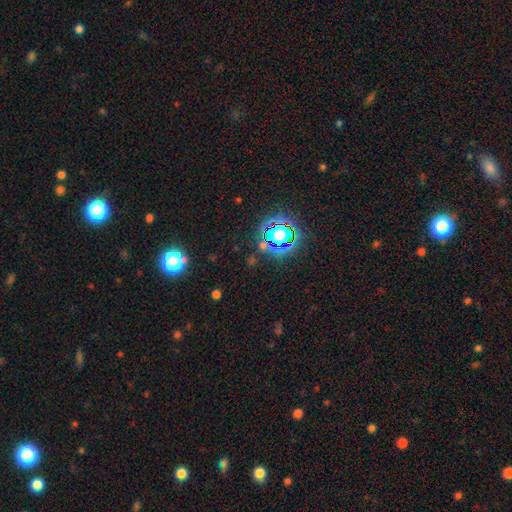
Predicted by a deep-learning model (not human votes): smooth_or_featured: star or artifact (p=0.77) [alt: smooth p=0.15]